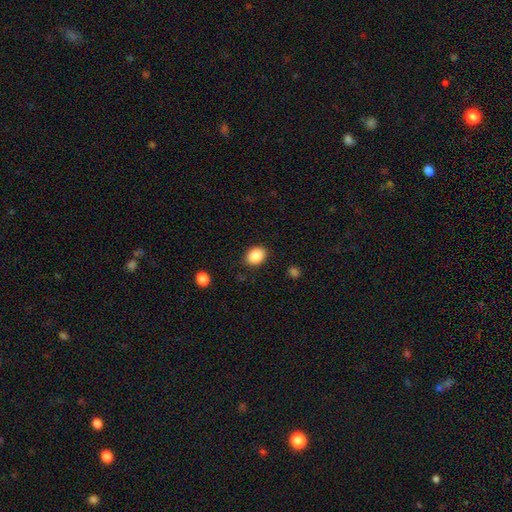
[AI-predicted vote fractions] This appears to be a smooth galaxy with no disk features (88%) that is in between round and cigar-shaped (62%). Merging: none (87%).